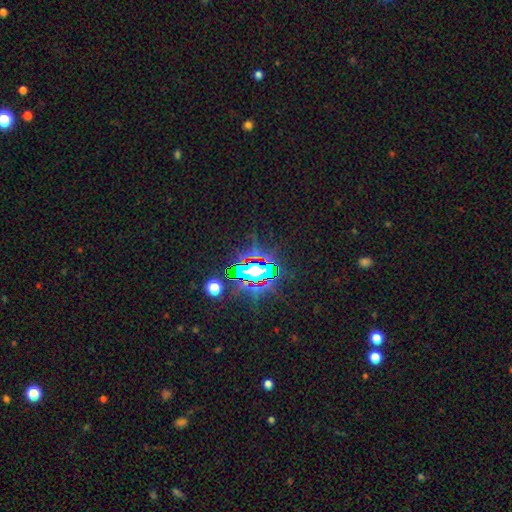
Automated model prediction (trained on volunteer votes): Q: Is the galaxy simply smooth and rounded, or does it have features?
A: star or artifact — 85%.